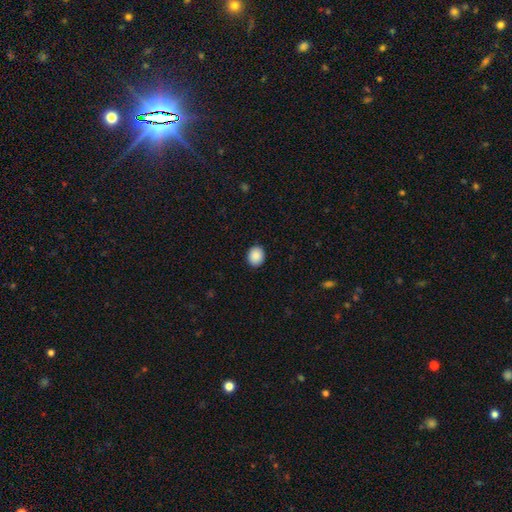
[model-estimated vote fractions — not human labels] Smooth or featured?
  - smooth: 90% *
  - star or artifact: 8%
  - featured or disk: 3%
How rounded?
  - round: 64% *
  - in between: 35%
  - cigar-shaped: 1%
Merging?
  - none: 91% *
  - minor disturbance: 6%
  - major disturbance: 2%
  - merger: 1%